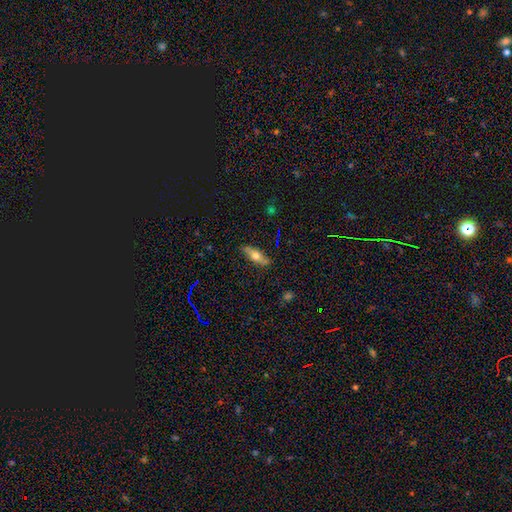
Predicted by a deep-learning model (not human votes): Smooth or featured? Predicted: smooth (p=0.53). How rounded? Predicted: in between (p=0.56). Merging? Predicted: none (p=0.82).